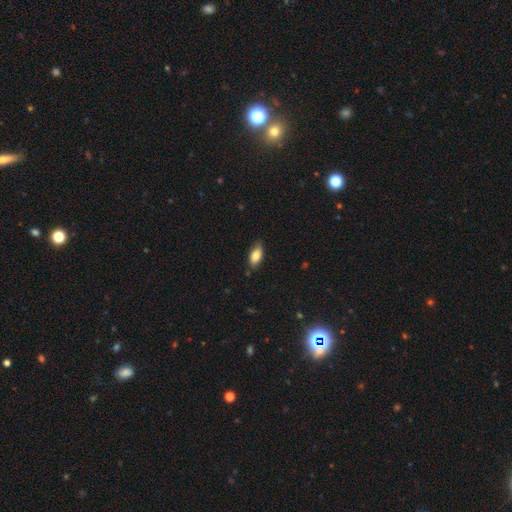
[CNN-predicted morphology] smooth_or_featured: smooth (p=0.81) [alt: featured or disk p=0.12]
how_rounded: in between (p=0.88) [alt: cigar-shaped p=0.09]
merging: none (p=0.75) [alt: minor disturbance p=0.20]